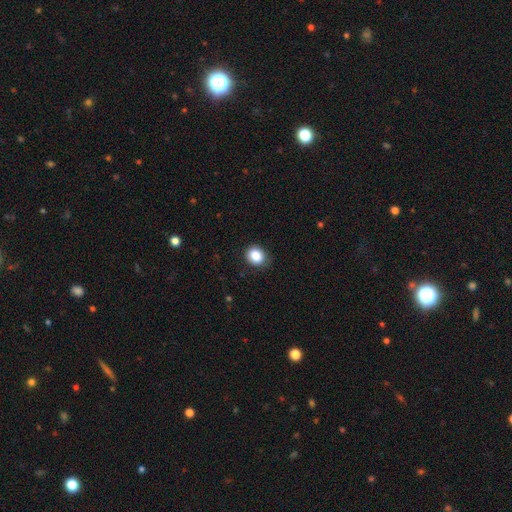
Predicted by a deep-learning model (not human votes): smooth-or-featured: smooth: 86% | star or artifact: 10% | featured or disk: 4%
  how-rounded: round: 63% | in between: 36% | cigar-shaped: 1%
  merging: none: 84% | minor disturbance: 13% | major disturbance: 3% | merger: 1%